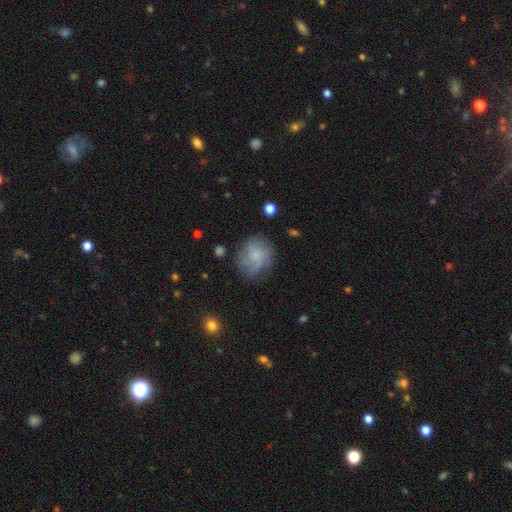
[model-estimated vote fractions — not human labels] Smooth or featured? smooth (49%)
Merging? none (64%)